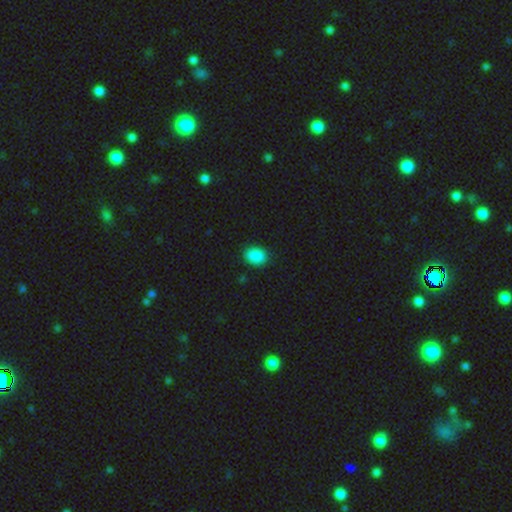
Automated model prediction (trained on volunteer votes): Smooth or featured?
  - smooth: 87% *
  - star or artifact: 10%
  - featured or disk: 3%
How rounded?
  - in between: 65% *
  - round: 34%
  - cigar-shaped: 1%
Merging?
  - none: 86% *
  - minor disturbance: 11%
  - major disturbance: 2%
  - merger: 1%